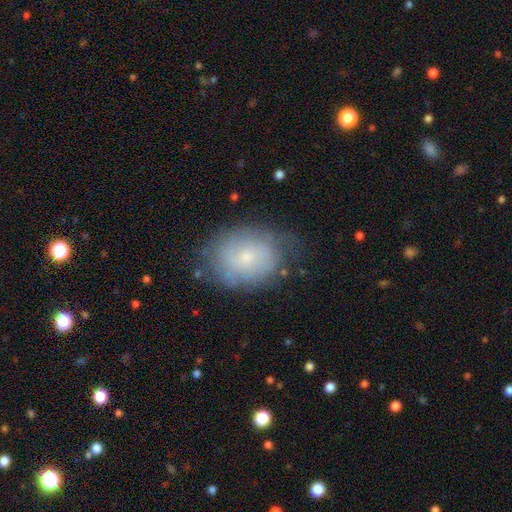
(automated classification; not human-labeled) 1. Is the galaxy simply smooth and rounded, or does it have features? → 49% smooth, 43% featured or disk, 9% star or artifact.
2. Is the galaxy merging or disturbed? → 59% none, 27% minor disturbance, 12% major disturbance, 2% merger.